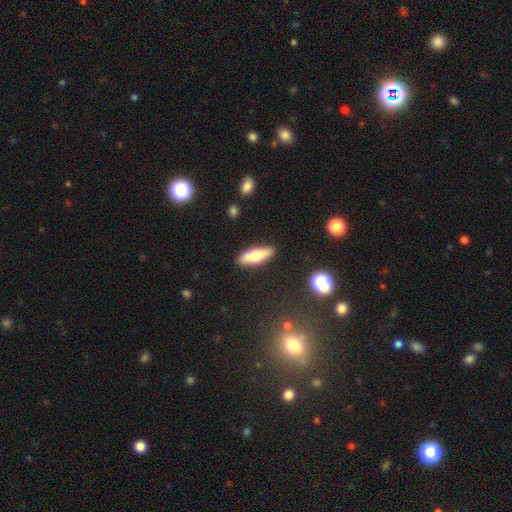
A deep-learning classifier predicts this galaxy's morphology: Q: Smooth or featured?
A: smooth (58%); runner-up: featured or disk (35%)
Q: How rounded?
A: cigar-shaped (54%); runner-up: in between (44%)
Q: Merging?
A: none (87%); runner-up: minor disturbance (9%)